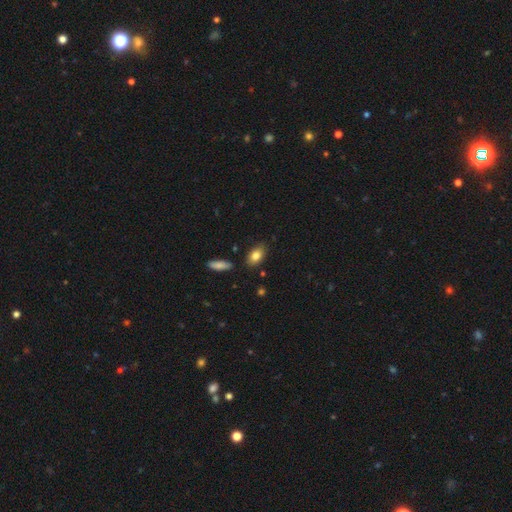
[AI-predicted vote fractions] This appears to be a smooth galaxy with no disk features (83%) that is in between round and cigar-shaped (88%). Merging: none (81%).